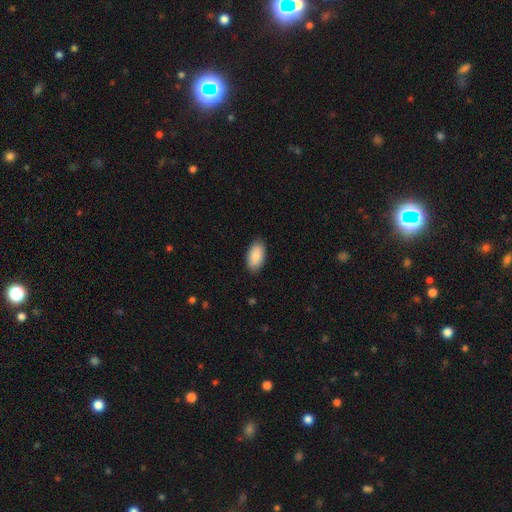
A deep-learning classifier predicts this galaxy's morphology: This appears to be a smooth galaxy with no disk features (87%) that is in between round and cigar-shaped (94%). Merging: none (87%).